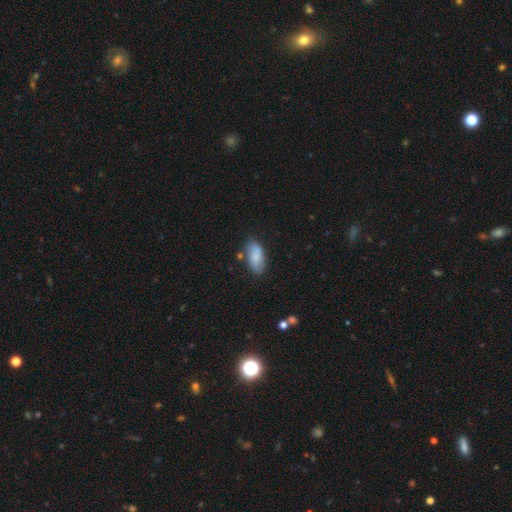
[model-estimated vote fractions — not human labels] smooth 73%, featured or disk 21%, star or artifact 7%. Down the decision tree: how rounded — in between (87%); merging — none (72%).